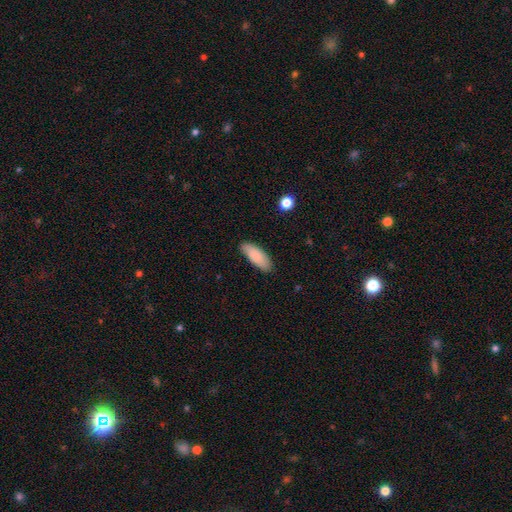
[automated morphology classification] Smooth or featured?
  - smooth: 85% *
  - featured or disk: 9%
  - star or artifact: 6%
How rounded?
  - in between: 75% *
  - cigar-shaped: 23%
  - round: 2%
Merging?
  - none: 83% *
  - minor disturbance: 13%
  - major disturbance: 2%
  - merger: 1%